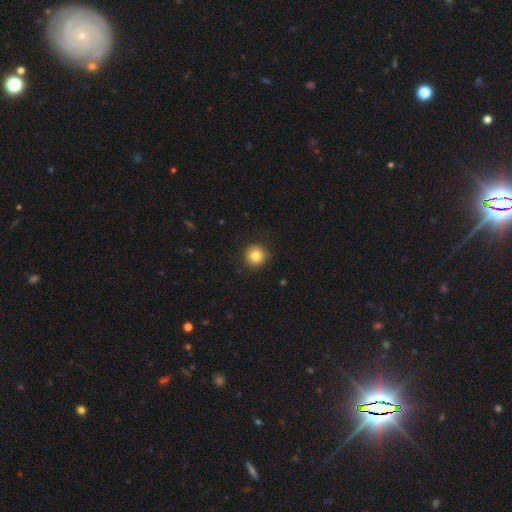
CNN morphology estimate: smooth_or_featured: smooth (p=0.84) [alt: star or artifact p=0.10]
how_rounded: round (p=0.94) [alt: in between p=0.05]
merging: none (p=0.90) [alt: minor disturbance p=0.07]